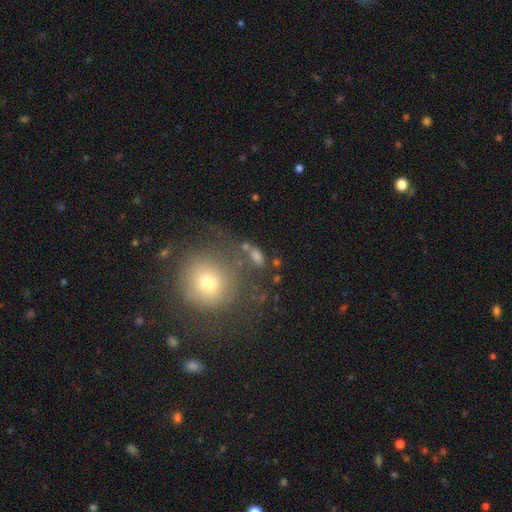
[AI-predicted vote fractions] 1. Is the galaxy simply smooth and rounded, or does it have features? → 62% smooth, 20% featured or disk, 18% star or artifact.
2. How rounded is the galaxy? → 49% in between, 43% round, 8% cigar-shaped.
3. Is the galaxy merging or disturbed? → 58% none, 16% minor disturbance, 13% merger, 13% major disturbance.